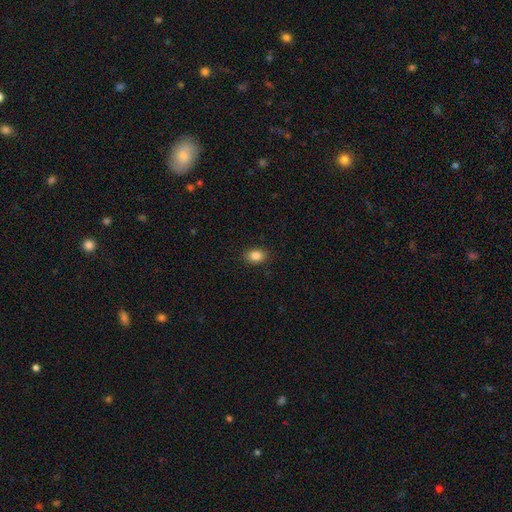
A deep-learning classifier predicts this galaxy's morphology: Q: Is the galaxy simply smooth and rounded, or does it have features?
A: smooth — 87%.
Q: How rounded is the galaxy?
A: in between — 74%.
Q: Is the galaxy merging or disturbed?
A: none — 89%.